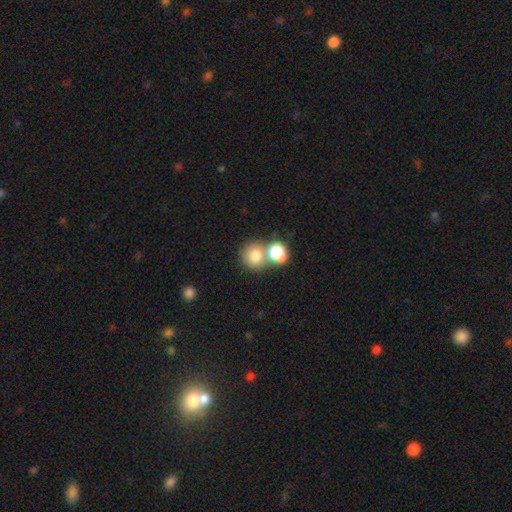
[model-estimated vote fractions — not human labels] Q: Smooth or featured?
A: smooth (79%); runner-up: featured or disk (12%)
Q: How rounded?
A: round (80%); runner-up: in between (19%)
Q: Merging?
A: merger (57%); runner-up: none (33%)